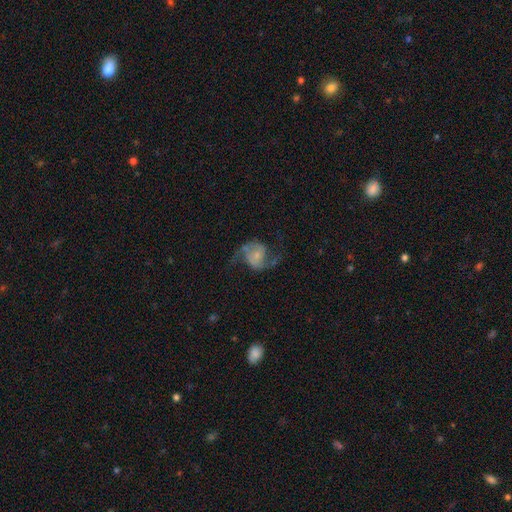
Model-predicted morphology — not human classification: A featured or disk galaxy (84%) with no bar (61%), 2 (93%) loose (56%) spiral arms (96%) and a small central bulge (59%).

Vote fractions:
- Smooth or featured? featured or disk: 84% / smooth: 9% / star or artifact: 7%
- Edge-on disk? no: 98% / yes: 2%
- Bar? no: 61% / weak: 30% / strong: 10%
- Spiral arms? yes: 96% / no: 4%
- Spiral winding? loose: 56% / medium: 37% / tight: 6%
- Spiral arm count? 2: 93% / can't tell: 2% / 1: 2% / 3: 1% / 4: 1% / more than 4: 1%
- Bulge size? small: 59% / moderate: 24% / none: 10% / large: 5% / dominant: 2%
- Merging? none: 68% / minor disturbance: 16% / major disturbance: 14% / merger: 2%